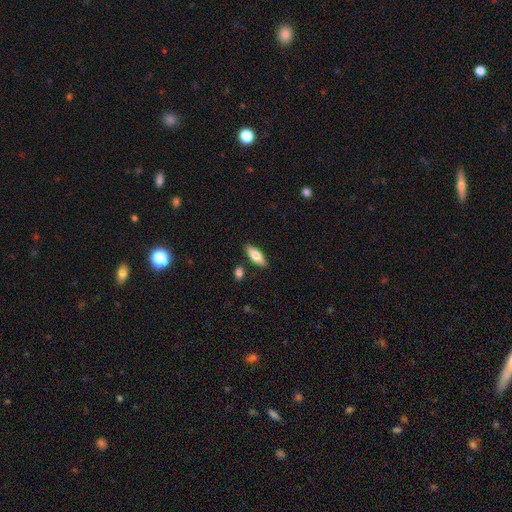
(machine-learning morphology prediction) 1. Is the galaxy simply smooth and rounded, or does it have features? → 71% smooth, 23% featured or disk, 6% star or artifact.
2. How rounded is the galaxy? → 69% in between, 29% cigar-shaped, 2% round.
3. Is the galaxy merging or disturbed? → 84% none, 10% minor disturbance, 4% merger, 2% major disturbance.